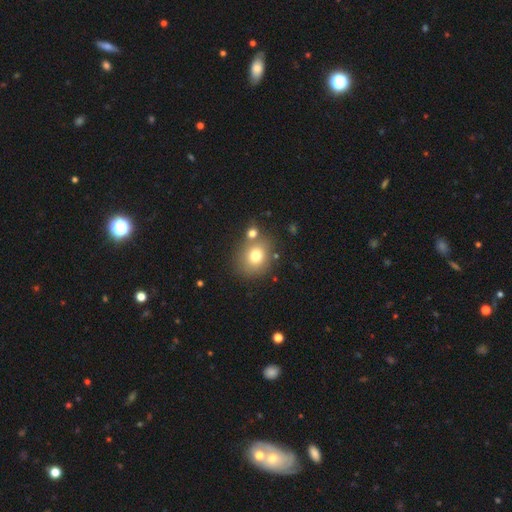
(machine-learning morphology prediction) This is likely a smooth galaxy (75%). How rounded: likely round (66%). Merging: likely none (70%).